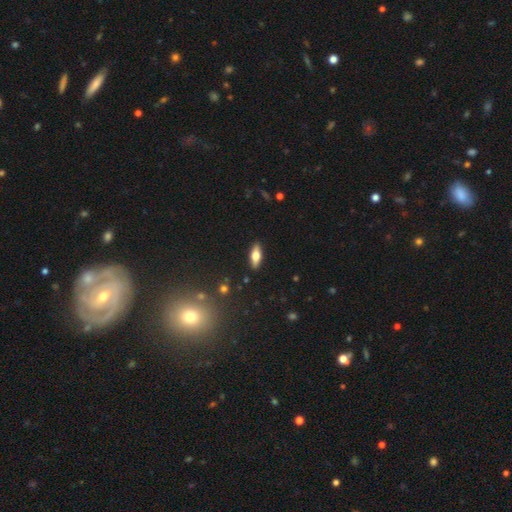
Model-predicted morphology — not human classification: Smooth or featured?
  - smooth: 57% *
  - featured or disk: 35%
  - star or artifact: 8%
How rounded?
  - in between: 65% *
  - cigar-shaped: 32%
  - round: 3%
Merging?
  - none: 89% *
  - minor disturbance: 8%
  - major disturbance: 2%
  - merger: 1%